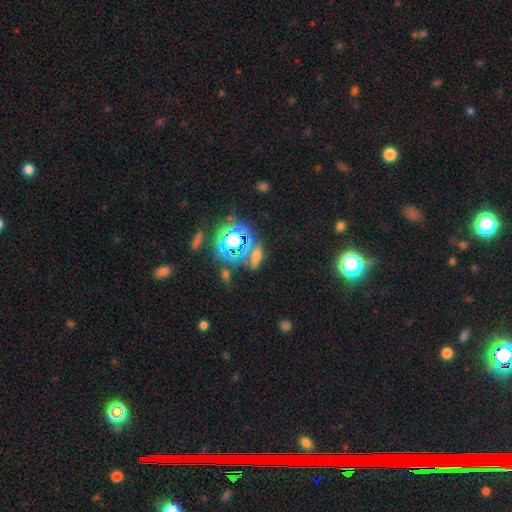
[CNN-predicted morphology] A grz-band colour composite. It shows a star or artifact, not a galaxy (44%).